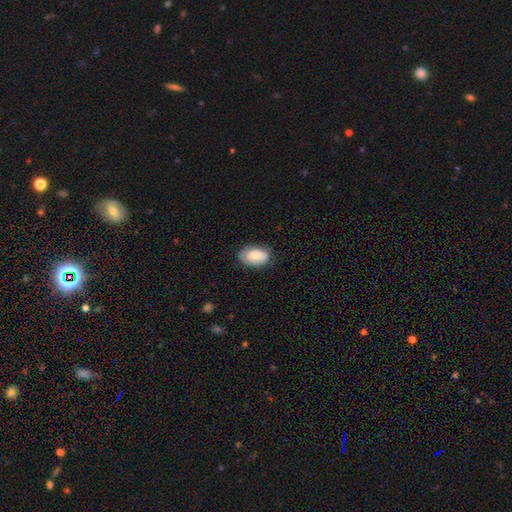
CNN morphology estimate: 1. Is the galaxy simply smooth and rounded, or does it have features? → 83% smooth, 11% featured or disk, 6% star or artifact.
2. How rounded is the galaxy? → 93% in between, 5% round, 1% cigar-shaped.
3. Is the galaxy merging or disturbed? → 77% none, 18% minor disturbance, 4% major disturbance, 1% merger.